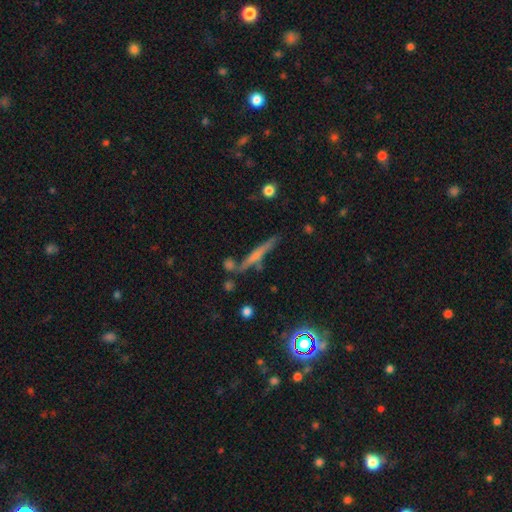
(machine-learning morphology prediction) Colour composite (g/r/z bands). It shows a featured or disk galaxy (52%) viewed edge-on (93%). Merging: none (73%).